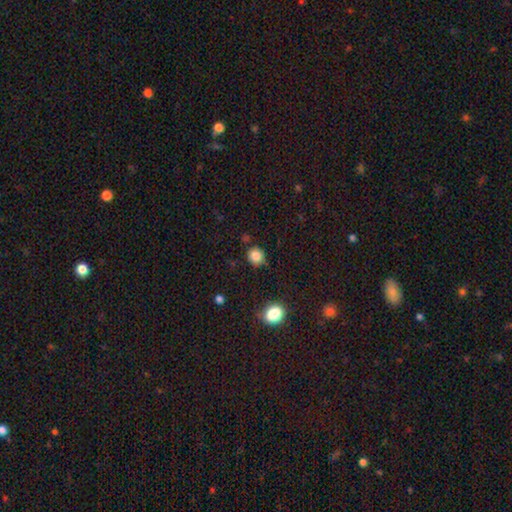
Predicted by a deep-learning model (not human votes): smooth-or-featured: smooth: 84% | star or artifact: 11% | featured or disk: 5%
  how-rounded: round: 83% | in between: 16% | cigar-shaped: 1%
  merging: none: 83% | minor disturbance: 11% | merger: 3% | major disturbance: 3%